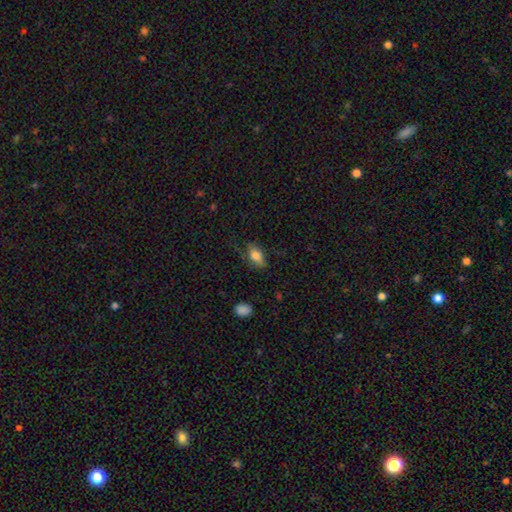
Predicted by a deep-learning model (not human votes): The model was most divided on "merging": none: 68%, minor disturbance: 23%, major disturbance: 8%, merger: 2%. More confident: how rounded — in between (83%); smooth or featured — smooth (74%).